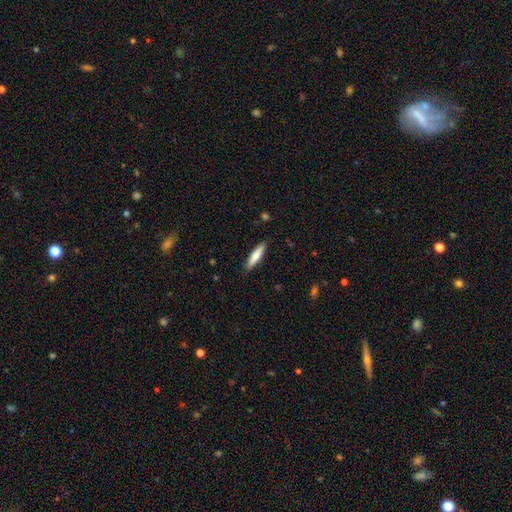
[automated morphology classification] smooth_or_featured: smooth (p=0.73) [alt: featured or disk p=0.22]
how_rounded: cigar-shaped (p=0.78) [alt: in between p=0.20]
merging: none (p=0.89) [alt: minor disturbance p=0.08]